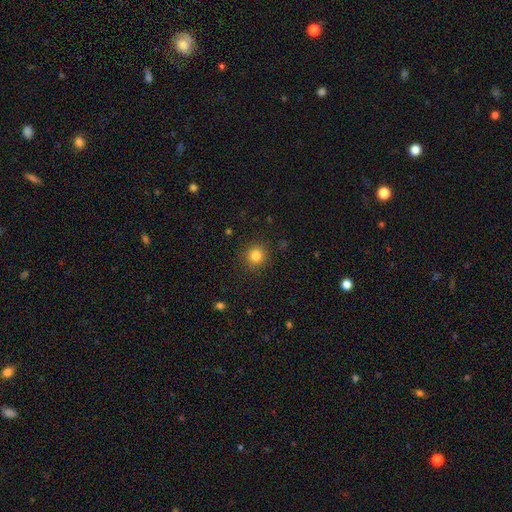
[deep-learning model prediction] This appears to be a smooth galaxy with no disk features (83%) that is round (93%). Merging: none (90%).